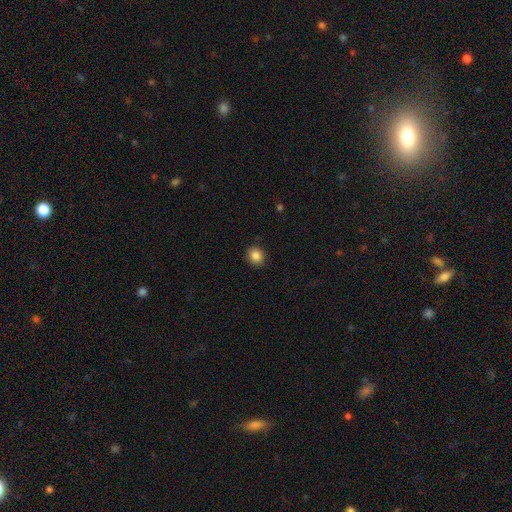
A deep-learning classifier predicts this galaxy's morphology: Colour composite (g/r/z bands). It shows a smooth galaxy with no disk features (86%) that is round (75%). Merging: none (89%).